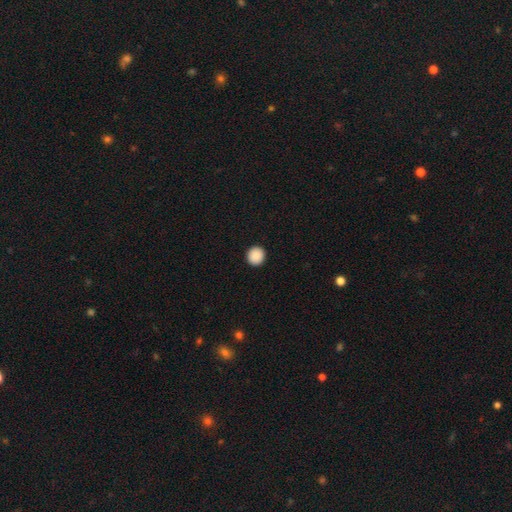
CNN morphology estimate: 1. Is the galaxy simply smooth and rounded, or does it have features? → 90% smooth, 8% star or artifact, 2% featured or disk.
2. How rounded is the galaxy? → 94% round, 5% in between, 1% cigar-shaped.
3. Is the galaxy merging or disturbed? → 93% none, 4% minor disturbance, 1% major disturbance, 1% merger.